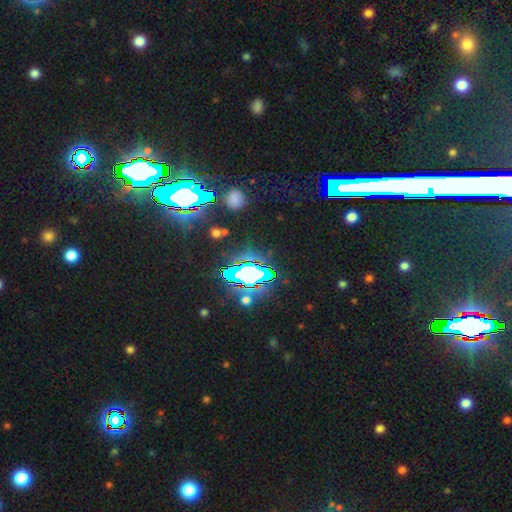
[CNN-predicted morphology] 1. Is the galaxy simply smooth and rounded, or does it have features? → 80% star or artifact, 10% smooth, 10% featured or disk.